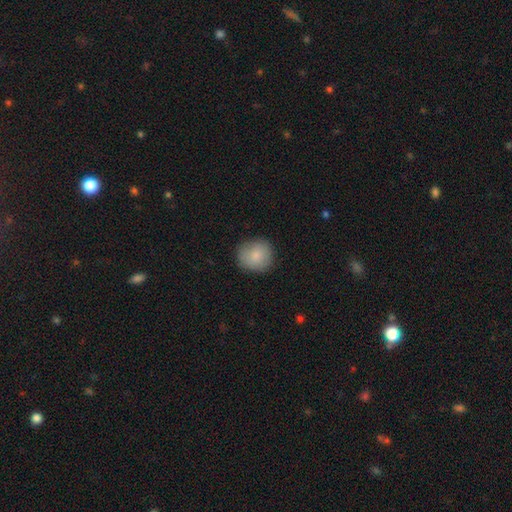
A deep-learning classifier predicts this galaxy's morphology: The model was most divided on "merging": none: 85%, minor disturbance: 11%, major disturbance: 3%, merger: 1%. More confident: how rounded — round (89%); smooth or featured — smooth (85%).